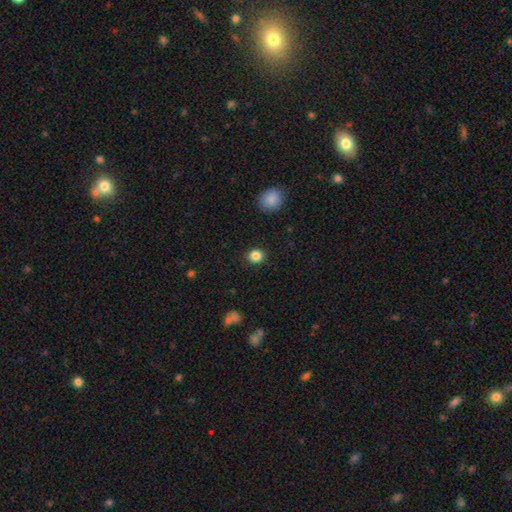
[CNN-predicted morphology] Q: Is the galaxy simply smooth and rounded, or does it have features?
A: smooth — 85%.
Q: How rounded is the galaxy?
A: round — 87%.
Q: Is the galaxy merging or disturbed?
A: none — 91%.